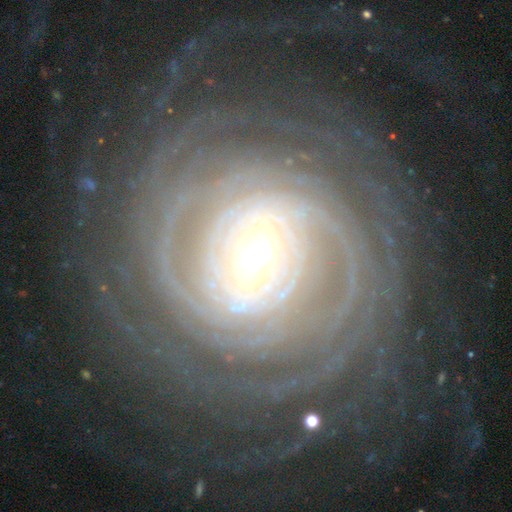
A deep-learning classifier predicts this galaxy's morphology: The model was most divided on "bar": weak: 38%, strong: 36%, no: 26%. Remaining: spiral arms — yes (97%); edge-on disk — no (97%); smooth or featured — featured or disk (90%); spiral winding — tight (87%); merging — none (79%); bulge size — moderate (60%); spiral arm count — more than 4 (28%).